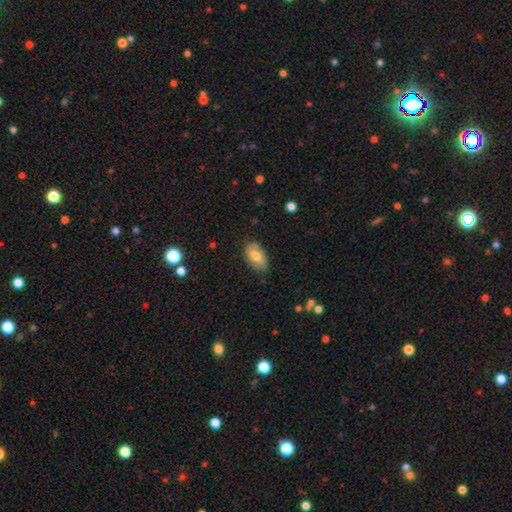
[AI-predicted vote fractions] This is likely a smooth galaxy (72%). How rounded: clearly in between (92%). Merging: likely none (73%).